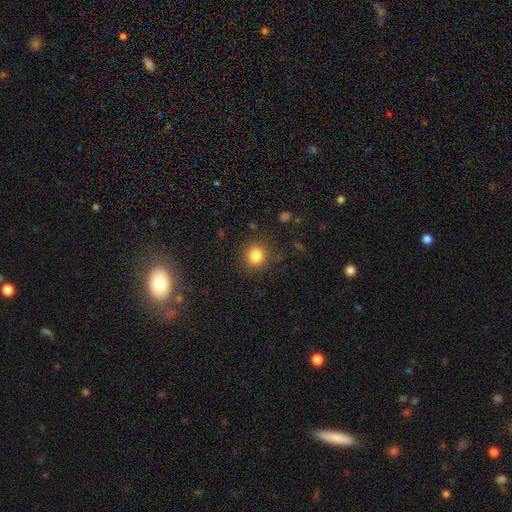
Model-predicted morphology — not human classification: This is clearly a smooth galaxy (84%). How rounded: clearly round (88%). Merging: clearly none (86%).